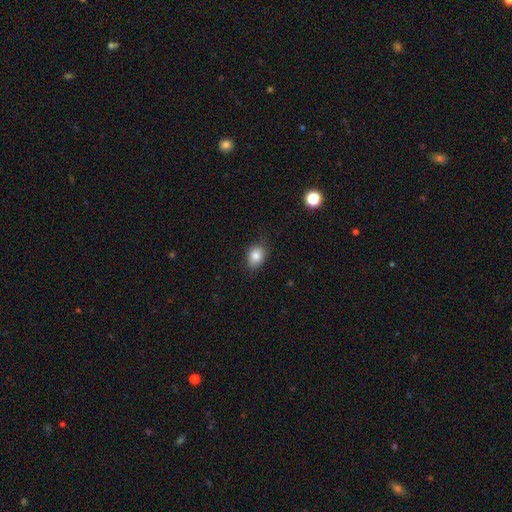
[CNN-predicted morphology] type=smooth (83%); roundness=in between (60%); merging=none (79%).